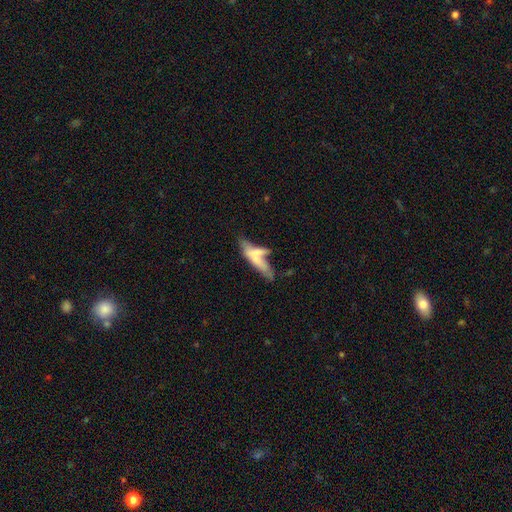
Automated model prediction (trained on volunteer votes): Smooth or featured? smooth (56%)
How rounded? cigar-shaped (67%)
Merging? merger (44%)